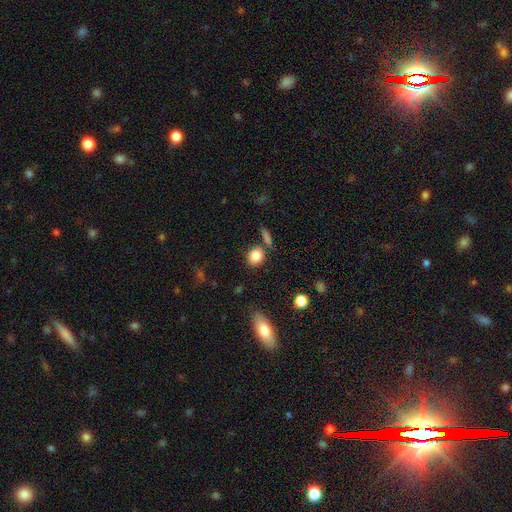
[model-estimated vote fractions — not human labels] Q: Smooth or featured?
A: smooth (85%); runner-up: star or artifact (9%)
Q: How rounded?
A: round (64%); runner-up: in between (34%)
Q: Merging?
A: none (74%); runner-up: minor disturbance (12%)